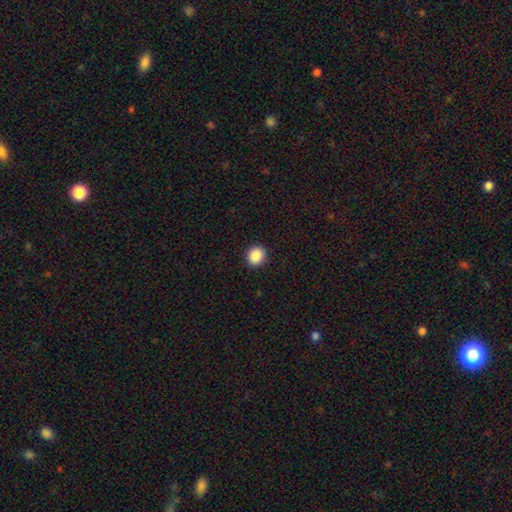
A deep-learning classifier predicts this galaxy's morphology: smooth_or_featured: smooth (p=0.89) [alt: star or artifact p=0.09]
how_rounded: round (p=0.69) [alt: in between p=0.30]
merging: none (p=0.92) [alt: minor disturbance p=0.06]